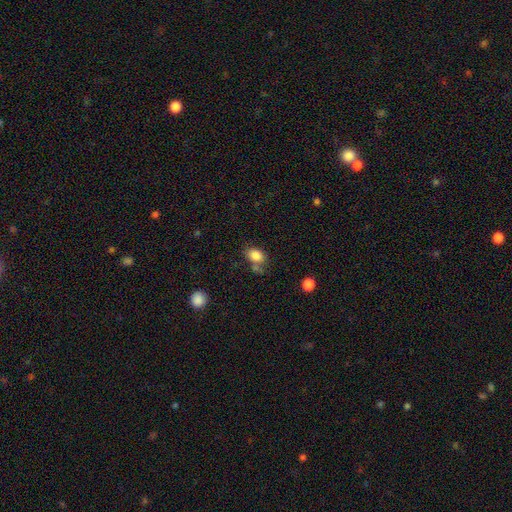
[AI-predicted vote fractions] smooth_or_featured: smooth (p=0.83) [alt: star or artifact p=0.10]
how_rounded: in between (p=0.72) [alt: round p=0.27]
merging: none (p=0.56) [alt: minor disturbance p=0.20]